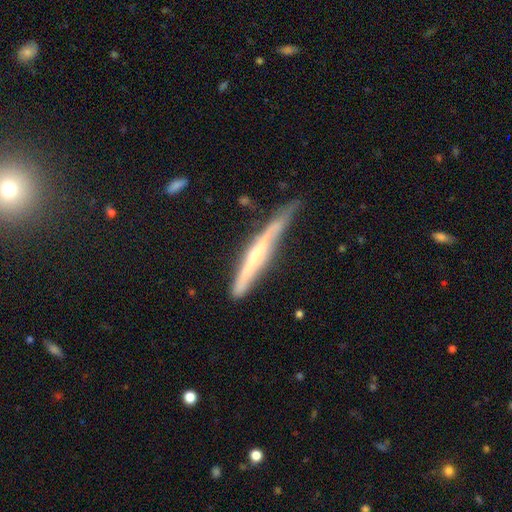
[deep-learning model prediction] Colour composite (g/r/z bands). It shows a featured or disk galaxy (66%) viewed edge-on (93%) with a rounded central bulge (51%). Merging: none (59%).